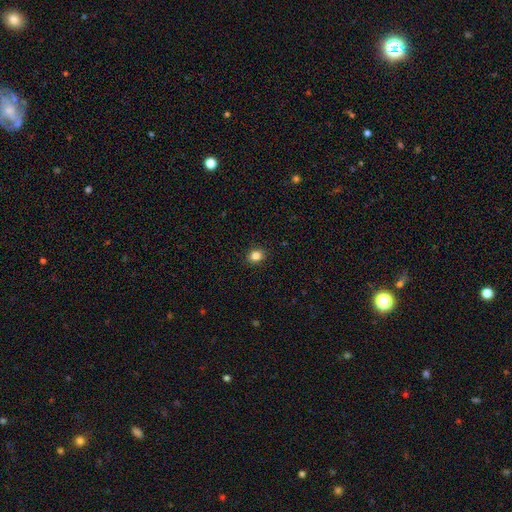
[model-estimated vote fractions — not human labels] A smooth galaxy with no disk features (84%) that is round (58%). Merging: none (90%).